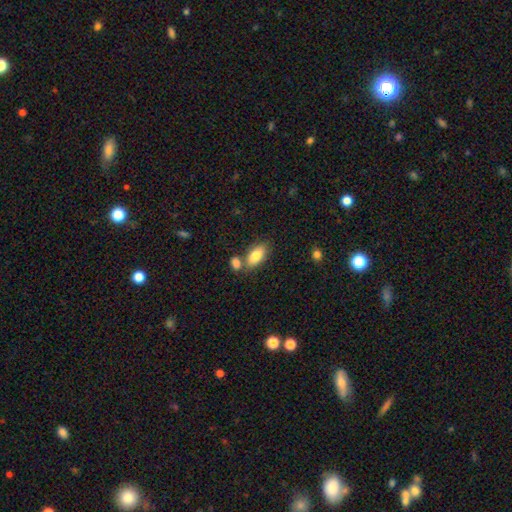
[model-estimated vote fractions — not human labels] Overall: smooth (80%). How rounded: in between (89%). Merging: none (63%).